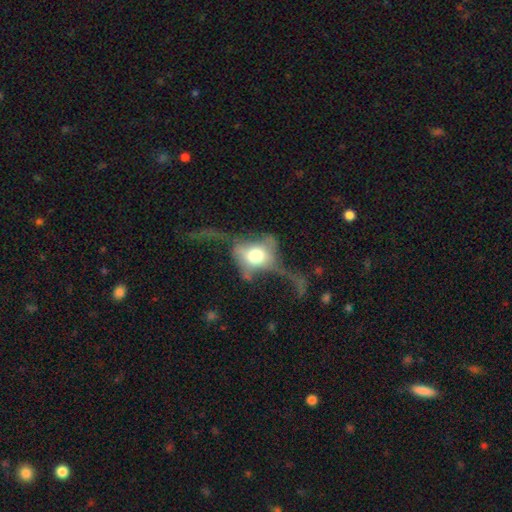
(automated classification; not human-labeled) Smooth or featured? Predicted: featured or disk (p=0.55). Edge-on disk? Predicted: no (p=0.72). Merging? Predicted: major disturbance (p=0.58).